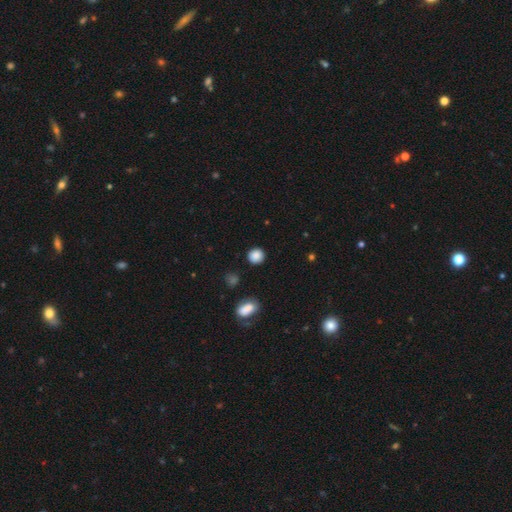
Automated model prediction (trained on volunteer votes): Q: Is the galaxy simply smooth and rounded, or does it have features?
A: smooth — 87%.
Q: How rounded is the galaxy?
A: round — 88%.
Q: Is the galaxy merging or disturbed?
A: none — 89%.